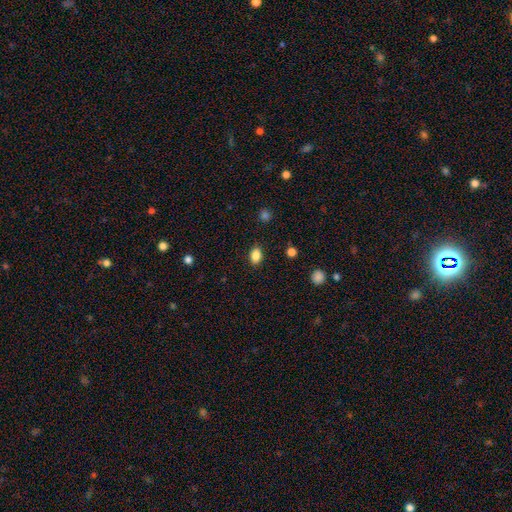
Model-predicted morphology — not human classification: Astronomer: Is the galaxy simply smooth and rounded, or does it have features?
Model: smooth — 85%.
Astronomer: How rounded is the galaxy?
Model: in between — 78%.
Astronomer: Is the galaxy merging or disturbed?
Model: none — 87%.